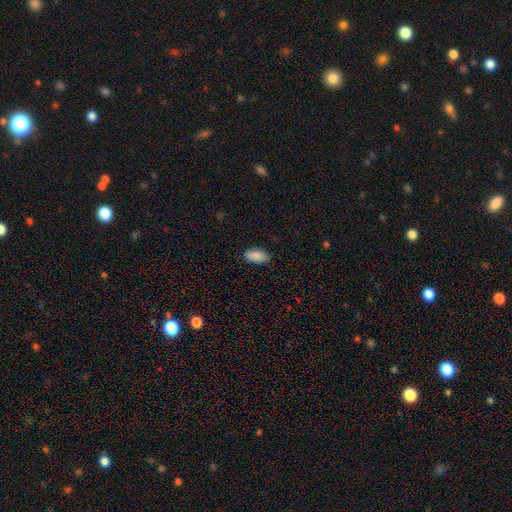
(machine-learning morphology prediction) smooth_or_featured: smooth (p=0.90) [alt: star or artifact p=0.06]
how_rounded: in between (p=0.94) [alt: cigar-shaped p=0.04]
merging: none (p=0.87) [alt: minor disturbance p=0.10]